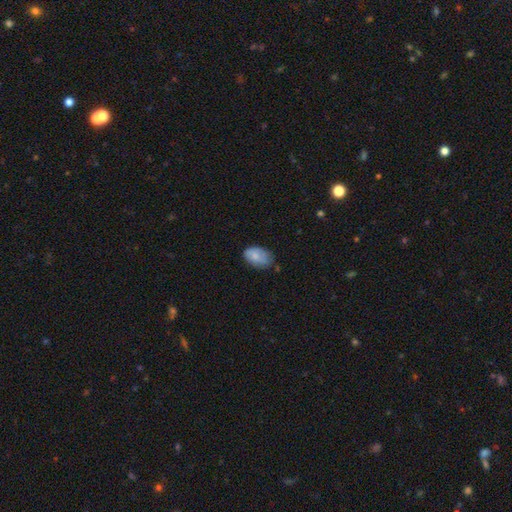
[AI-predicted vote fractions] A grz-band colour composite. It shows a smooth galaxy with no disk features (79%) that is in between round and cigar-shaped (90%). Merging: none (62%).